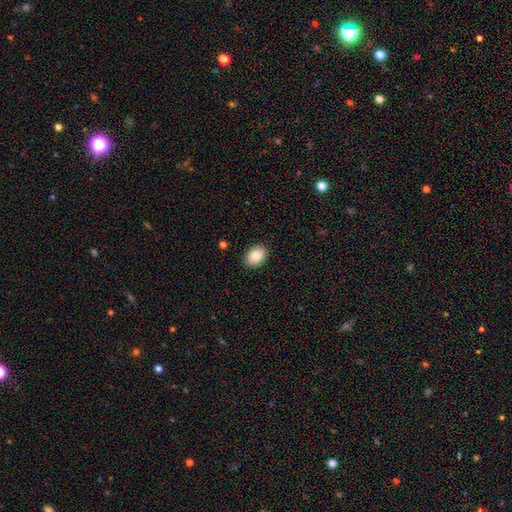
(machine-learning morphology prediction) smooth_or_featured: smooth (p=0.85) [alt: star or artifact p=0.08]
how_rounded: in between (p=0.71) [alt: round p=0.28]
merging: none (p=0.90) [alt: minor disturbance p=0.07]